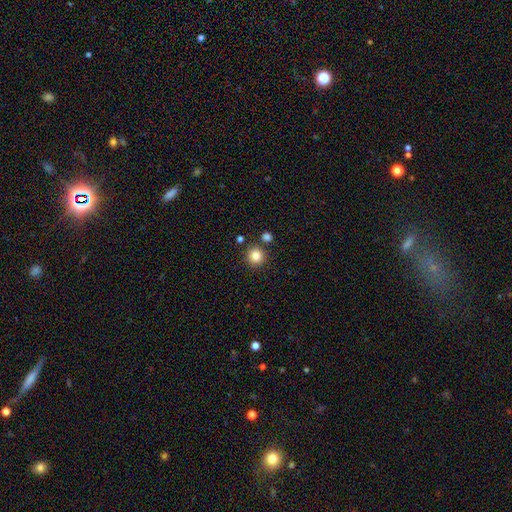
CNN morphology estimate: Q: Smooth or featured?
A: smooth (85%); runner-up: star or artifact (11%)
Q: How rounded?
A: round (94%); runner-up: in between (5%)
Q: Merging?
A: none (84%); runner-up: minor disturbance (7%)